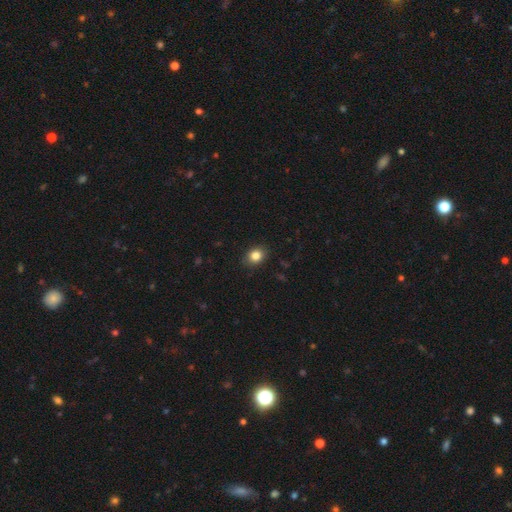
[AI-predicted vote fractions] A smooth galaxy with no disk features (84%) that is in between round and cigar-shaped (51%). Merging: none (87%).